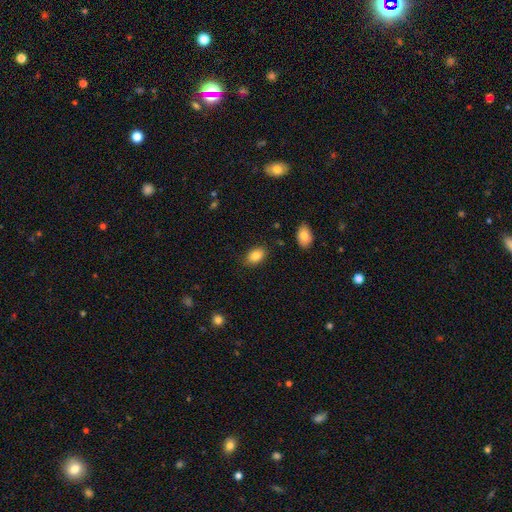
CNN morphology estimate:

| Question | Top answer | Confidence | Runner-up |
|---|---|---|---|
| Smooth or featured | smooth | 85% | star or artifact (8%) |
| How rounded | in between | 88% | round (11%) |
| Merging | none | 85% | minor disturbance (11%) |